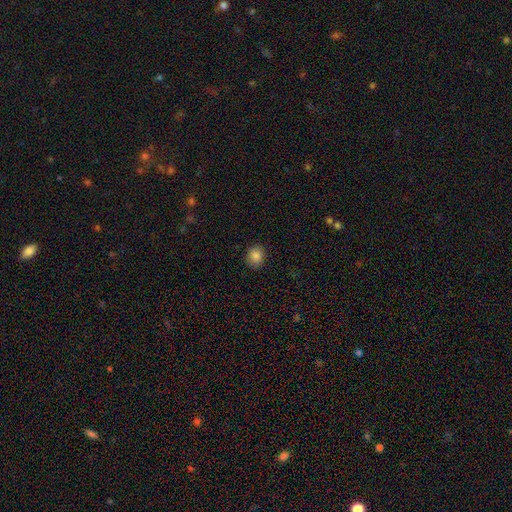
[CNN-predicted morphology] This is clearly a smooth galaxy (86%). How rounded: likely round (72%). Merging: clearly none (88%).